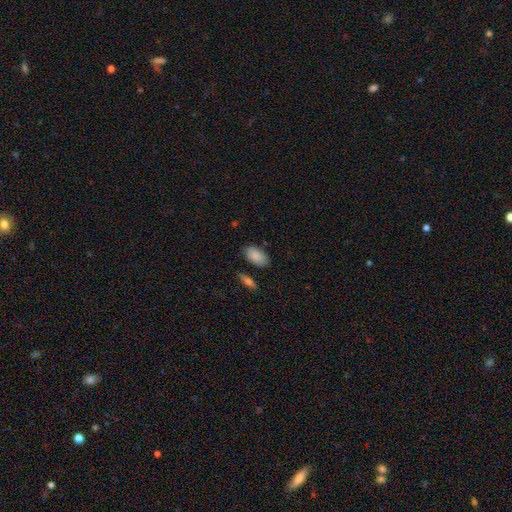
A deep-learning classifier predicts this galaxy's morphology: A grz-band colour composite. It shows a smooth galaxy with no disk features (85%) that is in between round and cigar-shaped (94%). Merging: none (79%).